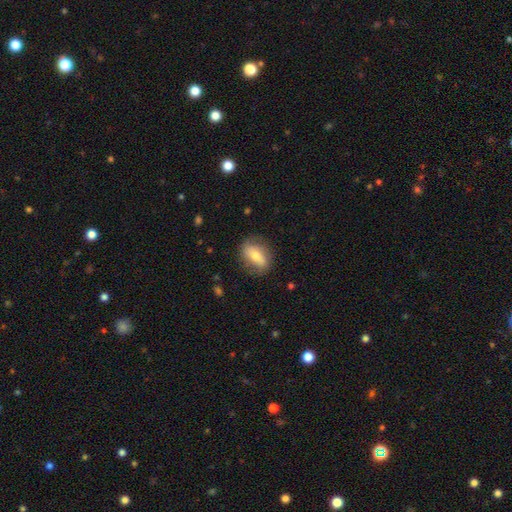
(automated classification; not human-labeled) A smooth galaxy with no disk features (62%) that is in between round and cigar-shaped (78%).

Vote fractions:
- Smooth or featured? smooth: 62% / featured or disk: 31% / star or artifact: 7%
- How rounded? in between: 78% / round: 14% / cigar-shaped: 8%
- Merging? none: 78% / minor disturbance: 16% / major disturbance: 5% / merger: 1%